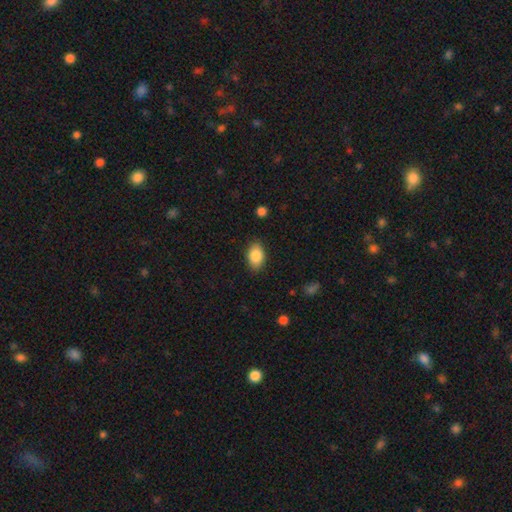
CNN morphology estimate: Q: Smooth or featured?
A: smooth (87%); runner-up: star or artifact (7%)
Q: How rounded?
A: in between (89%); runner-up: round (9%)
Q: Merging?
A: none (87%); runner-up: minor disturbance (10%)